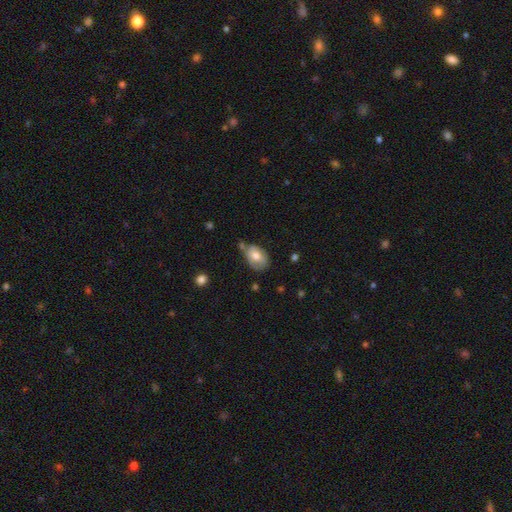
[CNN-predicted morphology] smooth-or-featured: smooth: 67% | featured or disk: 26% | star or artifact: 7%
  how-rounded: in between: 85% | round: 14% | cigar-shaped: 1%
  merging: none: 49% | minor disturbance: 30% | merger: 14% | major disturbance: 8%